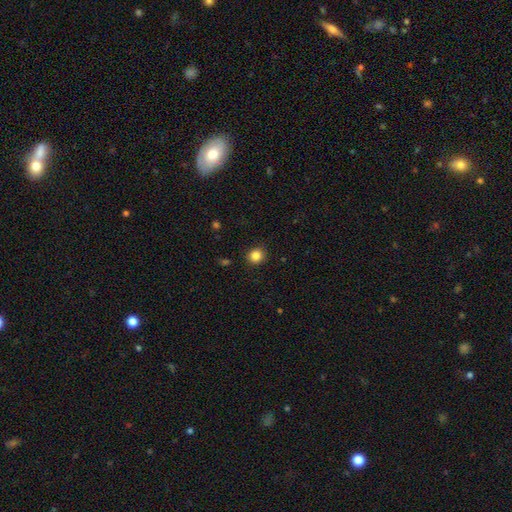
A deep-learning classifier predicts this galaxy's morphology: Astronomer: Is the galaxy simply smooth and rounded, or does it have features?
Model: smooth — 85%.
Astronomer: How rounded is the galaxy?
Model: round — 86%.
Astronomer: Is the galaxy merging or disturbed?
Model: none — 90%.